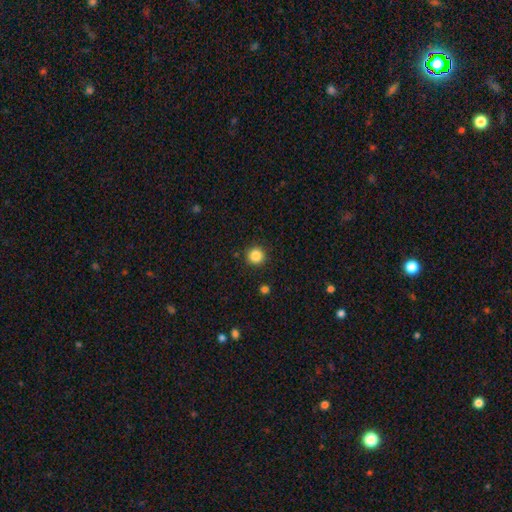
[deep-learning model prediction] Morphology: type=smooth (85%); roundness=round (96%); merging=none (92%).